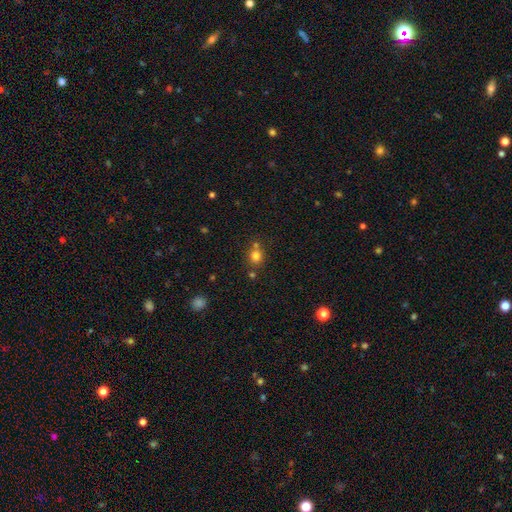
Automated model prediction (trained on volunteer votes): Smooth or featured? Predicted: smooth (p=0.78). How rounded? Predicted: round (p=0.80). Merging? Predicted: none (p=0.63).